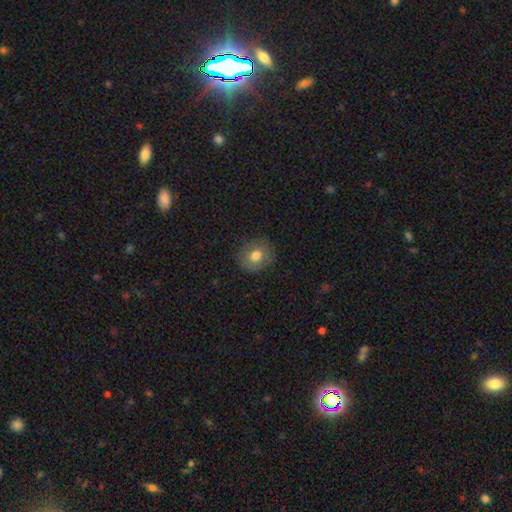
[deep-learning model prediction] A smooth galaxy with no disk features (75%) that is round (77%).

Vote fractions:
- Smooth or featured? smooth: 75% / featured or disk: 16% / star or artifact: 10%
- How rounded? round: 77% / in between: 22% / cigar-shaped: 1%
- Merging? none: 84% / minor disturbance: 11% / major disturbance: 4% / merger: 1%